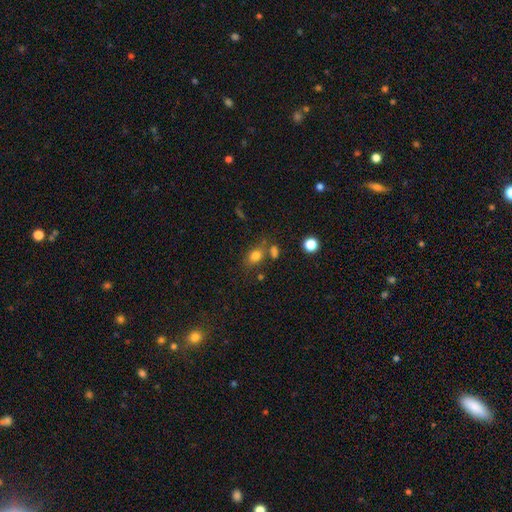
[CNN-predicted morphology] Smooth or featured? smooth (79%)
How rounded? in between (67%)
Merging? none (61%)